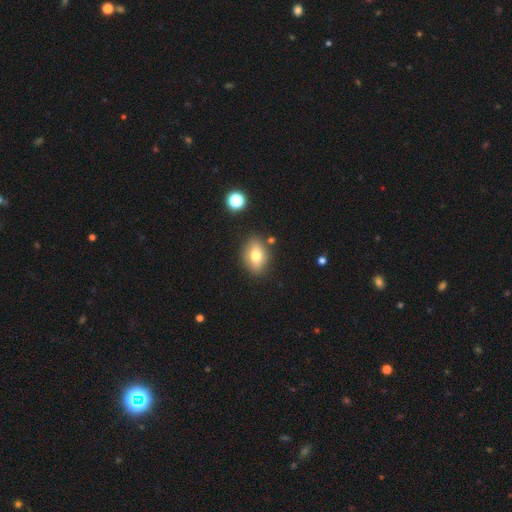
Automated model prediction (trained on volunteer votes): Smooth or featured? Predicted: smooth (p=0.73). How rounded? Predicted: in between (p=0.72). Merging? Predicted: none (p=0.81).